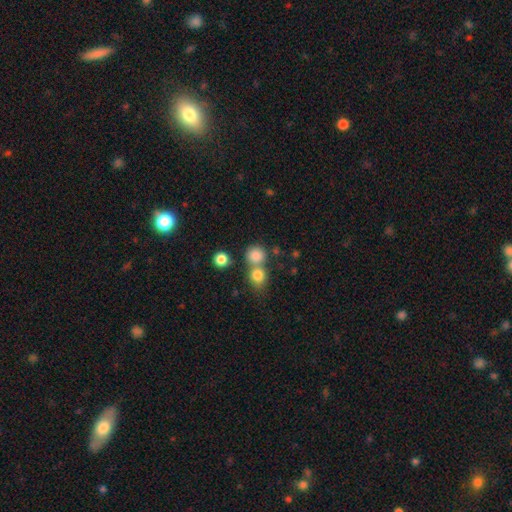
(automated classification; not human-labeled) Smooth or featured? smooth (82%)
How rounded? round (86%)
Merging? none (53%)